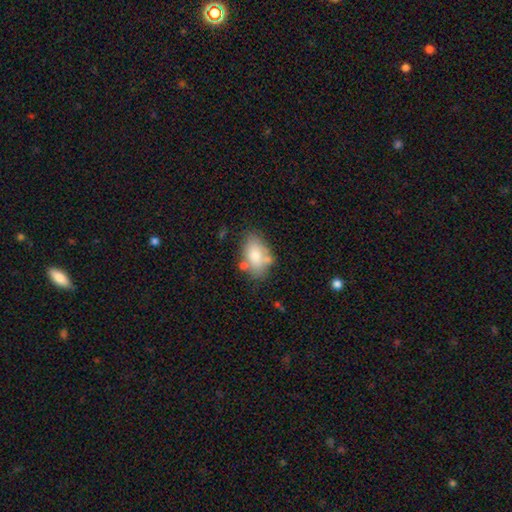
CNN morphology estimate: Smooth or featured? smooth (75%)
How rounded? in between (88%)
Merging? none (59%)